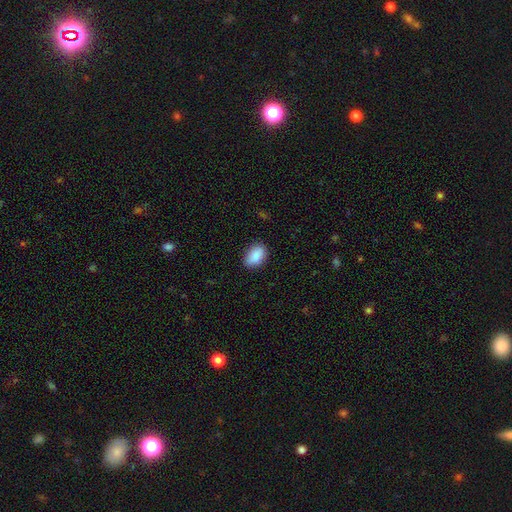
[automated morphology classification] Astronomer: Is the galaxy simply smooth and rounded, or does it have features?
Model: smooth — 89%.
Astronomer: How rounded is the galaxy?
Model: in between — 88%.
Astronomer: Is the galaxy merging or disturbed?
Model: none — 82%.